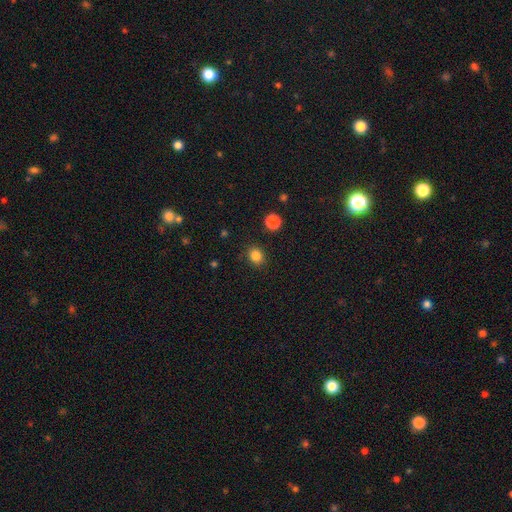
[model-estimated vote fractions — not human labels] A smooth galaxy with no disk features (84%) that is round (70%). Merging: none (87%).